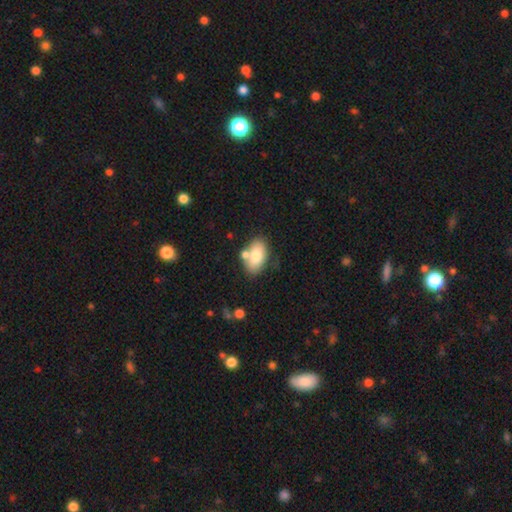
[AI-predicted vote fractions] This appears to be a smooth galaxy with no disk features (75%) that is in between round and cigar-shaped (91%). Merging: none (61%).